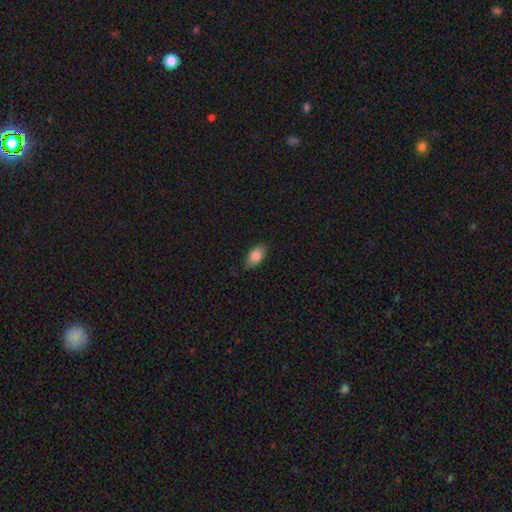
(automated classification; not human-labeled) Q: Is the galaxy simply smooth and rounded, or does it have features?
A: smooth — 85%.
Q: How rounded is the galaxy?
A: in between — 92%.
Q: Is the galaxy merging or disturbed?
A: none — 83%.